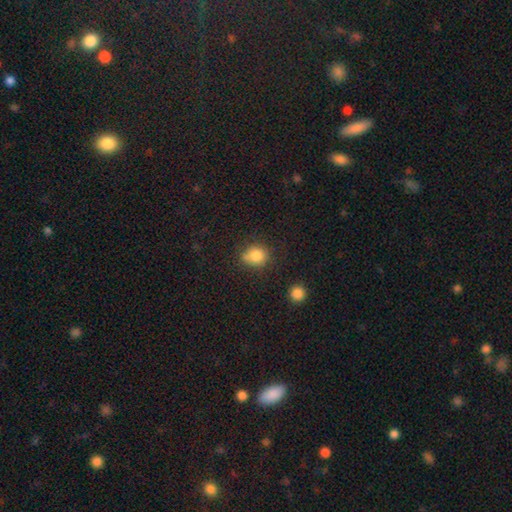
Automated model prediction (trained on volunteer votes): A smooth galaxy with no disk features (83%) that is round (75%). Merging: none (65%).